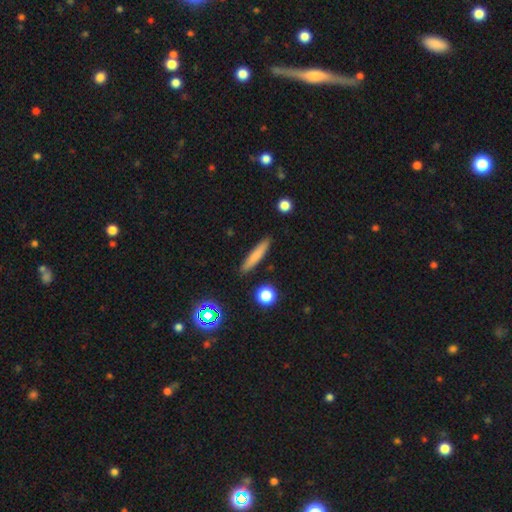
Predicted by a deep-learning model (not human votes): A smooth galaxy with no disk features (75%) that is cigar-shaped (90%).

Vote fractions:
- Smooth or featured? smooth: 75% / featured or disk: 16% / star or artifact: 9%
- How rounded? cigar-shaped: 90% / in between: 8% / round: 2%
- Merging? none: 89% / minor disturbance: 7% / major disturbance: 2% / merger: 2%